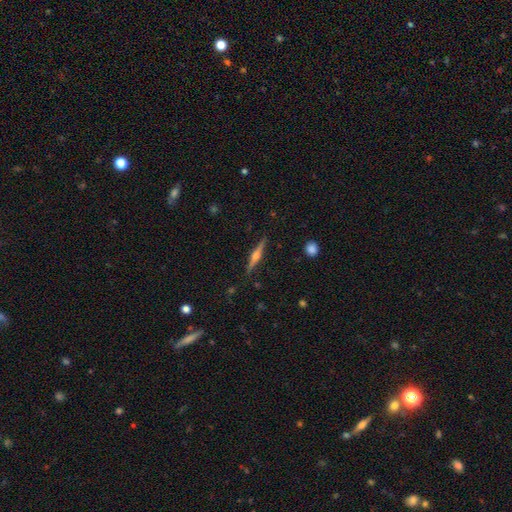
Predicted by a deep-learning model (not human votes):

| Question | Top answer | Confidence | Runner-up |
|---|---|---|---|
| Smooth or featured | featured or disk | 75% | smooth (19%) |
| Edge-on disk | yes | 98% | no (2%) |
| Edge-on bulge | rounded | 91% | boxy (6%) |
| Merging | none | 90% | minor disturbance (7%) |